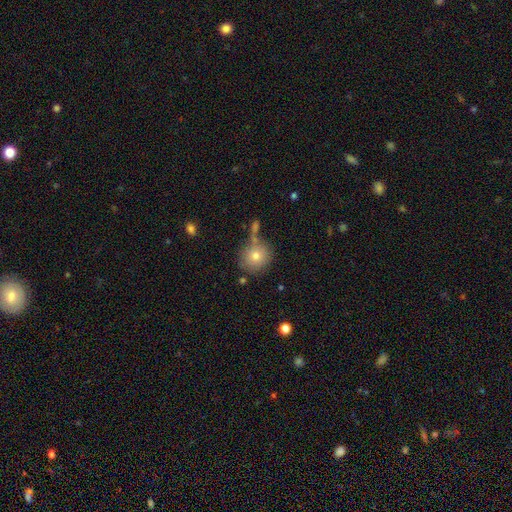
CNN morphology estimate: A smooth galaxy with no disk features (76%) that is round (89%). Merging: none (69%).